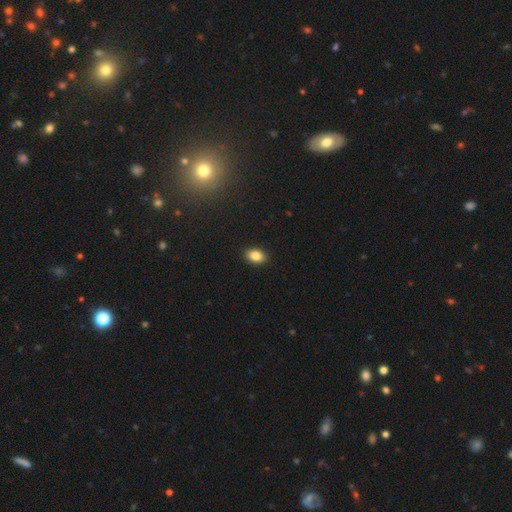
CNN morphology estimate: This is clearly a smooth galaxy (85%). How rounded: clearly in between (86%). Merging: clearly none (90%).